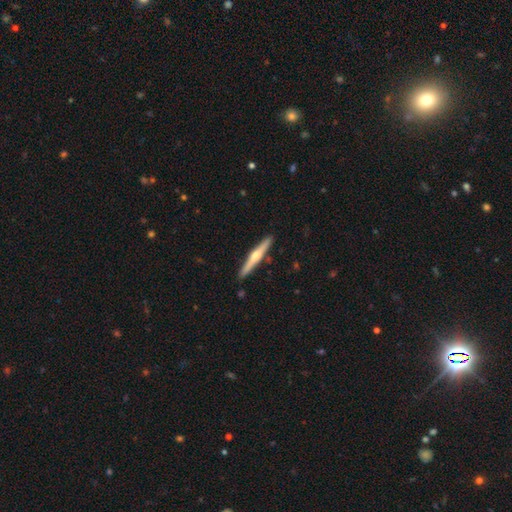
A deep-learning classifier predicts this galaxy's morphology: smooth_or_featured: featured or disk (p=0.64) [alt: smooth p=0.31]
disk_edge_on: yes (p=0.98) [alt: no p=0.02]
edge_on_bulge: rounded (p=0.88) [alt: none p=0.07]
merging: none (p=0.90) [alt: minor disturbance p=0.07]